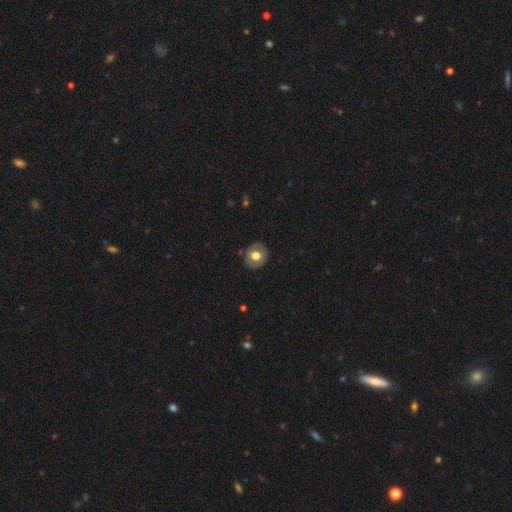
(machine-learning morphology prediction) A smooth galaxy with no disk features (59%) that is round (75%).

Vote fractions:
- Smooth or featured? smooth: 59% / featured or disk: 34% / star or artifact: 7%
- How rounded? round: 75% / in between: 24% / cigar-shaped: 1%
- Merging? none: 84% / minor disturbance: 12% / major disturbance: 3% / merger: 1%